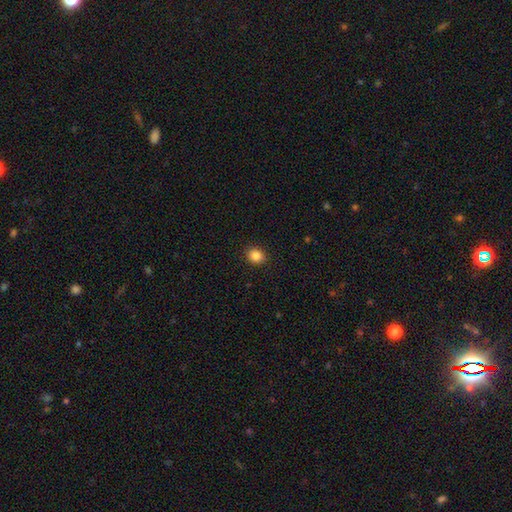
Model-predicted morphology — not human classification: Smooth or featured?
  - smooth: 85% *
  - star or artifact: 11%
  - featured or disk: 4%
How rounded?
  - round: 75% *
  - in between: 24%
  - cigar-shaped: 1%
Merging?
  - none: 92% *
  - minor disturbance: 6%
  - major disturbance: 2%
  - merger: 1%